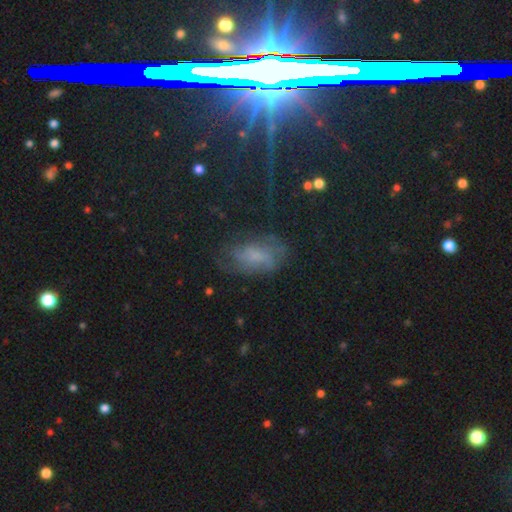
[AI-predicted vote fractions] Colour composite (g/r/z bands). It shows a featured or disk galaxy (41%). Merging: none (59%).